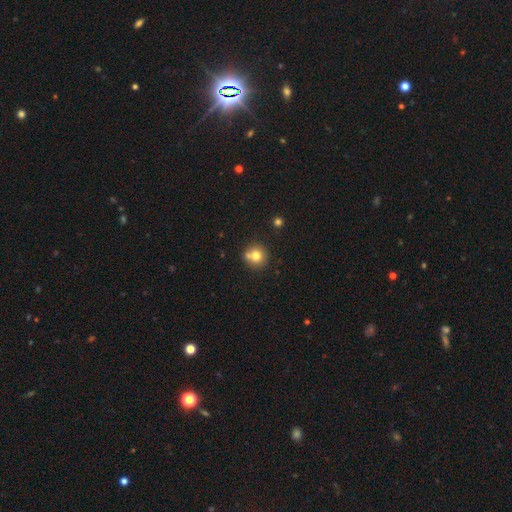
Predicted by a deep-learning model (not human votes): This appears to be a smooth galaxy with no disk features (76%) that is round (91%). Merging: none (64%).